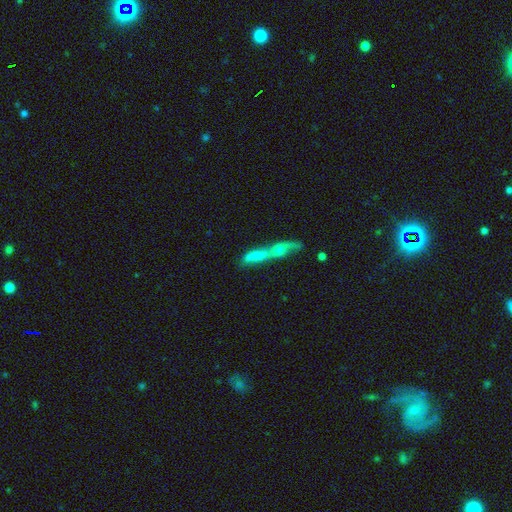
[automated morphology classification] Smooth or featured: smooth — 53% (featured or disk — 37%)
How rounded: cigar-shaped — 56% (in between — 37%)
Merging: merger — 73% (none — 14%)